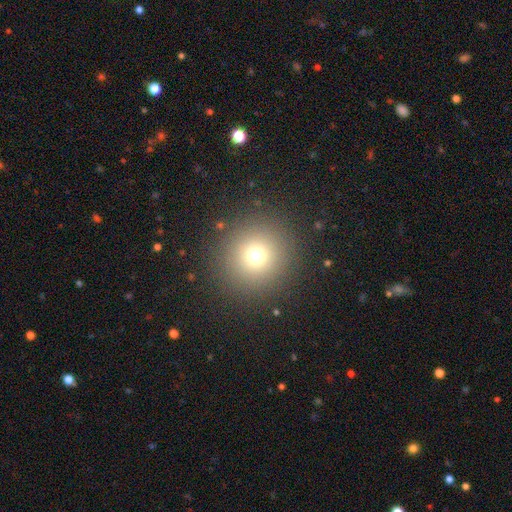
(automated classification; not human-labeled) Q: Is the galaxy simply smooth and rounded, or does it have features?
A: smooth — 72%.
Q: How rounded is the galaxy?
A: round — 94%.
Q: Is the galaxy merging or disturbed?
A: none — 90%.